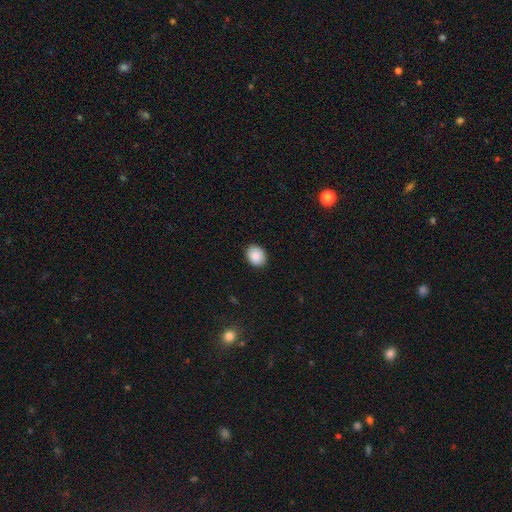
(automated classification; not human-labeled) A smooth galaxy with no disk features (89%) that is in between round and cigar-shaped (50%).

Vote fractions:
- Smooth or featured? smooth: 89% / star or artifact: 8% / featured or disk: 3%
- How rounded? in between: 50% / round: 49% / cigar-shaped: 1%
- Merging? none: 90% / minor disturbance: 7% / major disturbance: 2% / merger: 1%